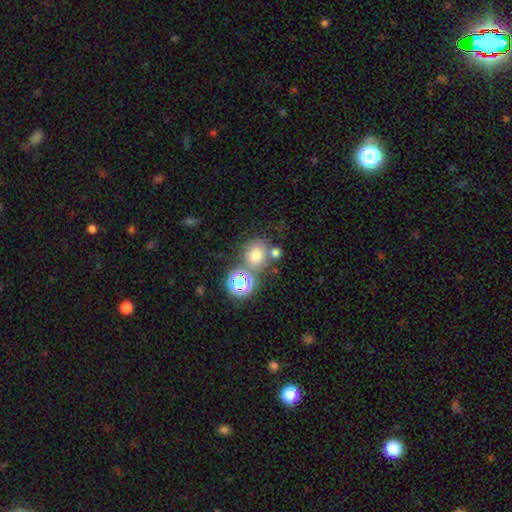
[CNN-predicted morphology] The model was most divided on "merging": none: 59%, merger: 24%, minor disturbance: 11%, major disturbance: 5%. More confident: how rounded — round (80%); smooth or featured — smooth (70%).